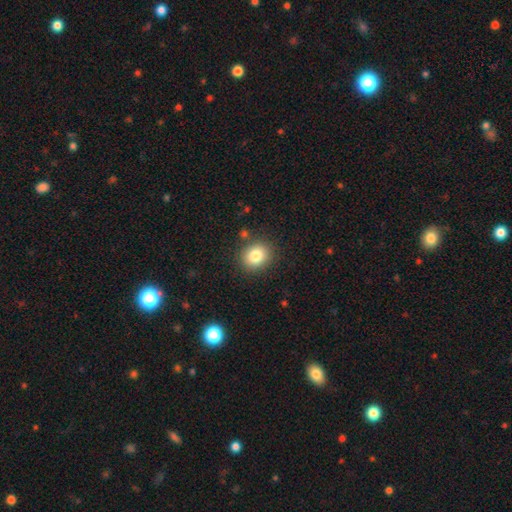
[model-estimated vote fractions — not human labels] smooth 82%, star or artifact 10%, featured or disk 7%. Down the decision tree: how rounded — round (69%); merging — none (86%).